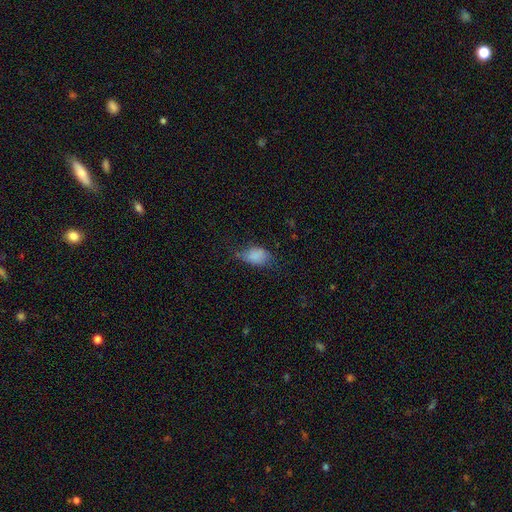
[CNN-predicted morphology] This is clearly a smooth galaxy (81%). How rounded: clearly in between (88%). Merging: marginally none (45%).